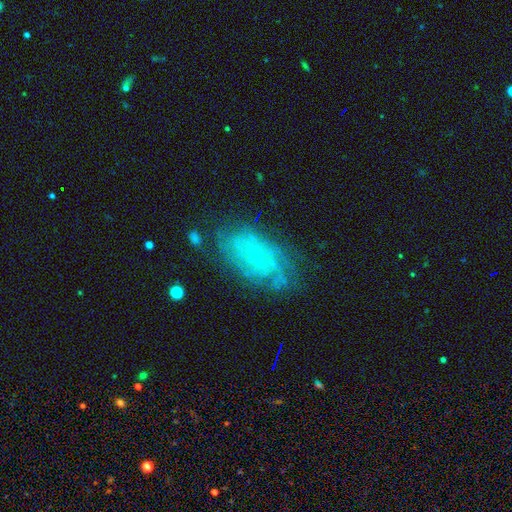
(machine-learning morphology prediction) A featured or disk galaxy (73%) with a weak bar (56%), tight (56%) spiral arms (84%) and a small central bulge (66%).

Vote fractions:
- Smooth or featured? featured or disk: 73% / smooth: 17% / star or artifact: 9%
- Edge-on disk? no: 93% / yes: 7%
- Bar? weak: 56% / no: 23% / strong: 21%
- Spiral arms? yes: 84% / no: 16%
- Spiral winding? tight: 56% / medium: 32% / loose: 12%
- Spiral arm count? can't tell: 54% / 2: 18% / 3: 10% / 4: 8% / more than 4: 5% / 1: 5%
- Bulge size? small: 66% / moderate: 18% / none: 14% / large: 1% / dominant: 1%
- Merging? none: 68% / minor disturbance: 21% / major disturbance: 9% / merger: 3%